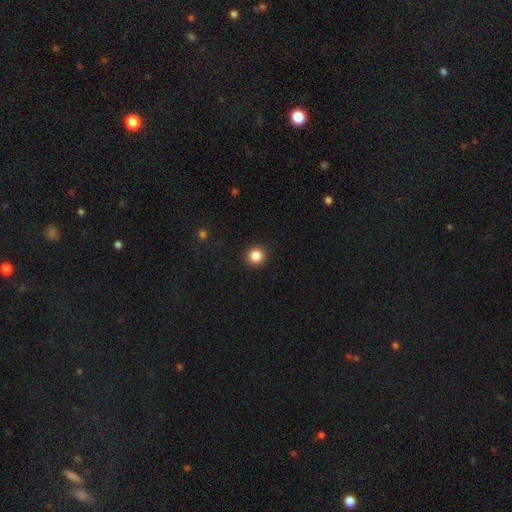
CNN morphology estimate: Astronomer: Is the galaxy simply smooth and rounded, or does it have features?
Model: smooth — 86%.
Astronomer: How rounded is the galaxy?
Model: round — 95%.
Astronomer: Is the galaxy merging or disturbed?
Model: none — 92%.